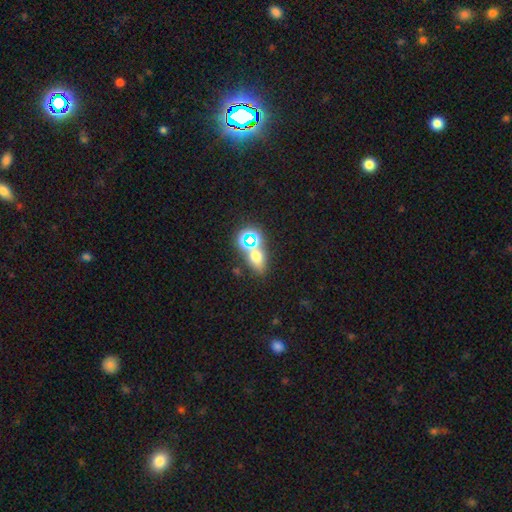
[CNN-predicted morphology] smooth-or-featured: smooth: 51% | star or artifact: 36% | featured or disk: 14%
  how-rounded: in between: 63% | round: 32% | cigar-shaped: 5%
  merging: none: 63% | merger: 20% | minor disturbance: 11% | major disturbance: 5%